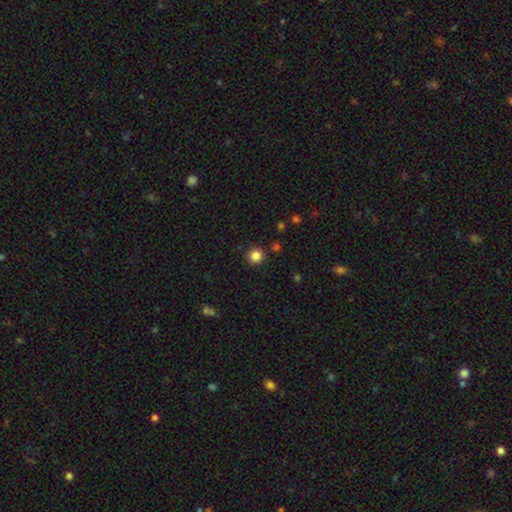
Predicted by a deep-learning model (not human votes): Q: Smooth or featured?
A: smooth (85%); runner-up: star or artifact (12%)
Q: How rounded?
A: round (95%); runner-up: in between (4%)
Q: Merging?
A: none (91%); runner-up: minor disturbance (5%)